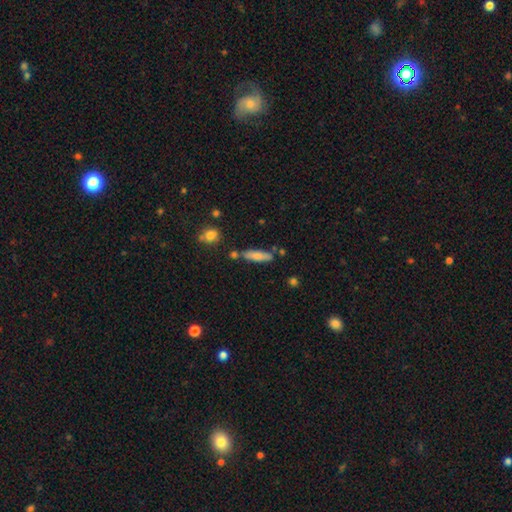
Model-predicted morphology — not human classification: smooth_or_featured: smooth (p=0.70) [alt: featured or disk p=0.22]
how_rounded: cigar-shaped (p=0.69) [alt: in between p=0.29]
merging: none (p=0.75) [alt: minor disturbance p=0.13]